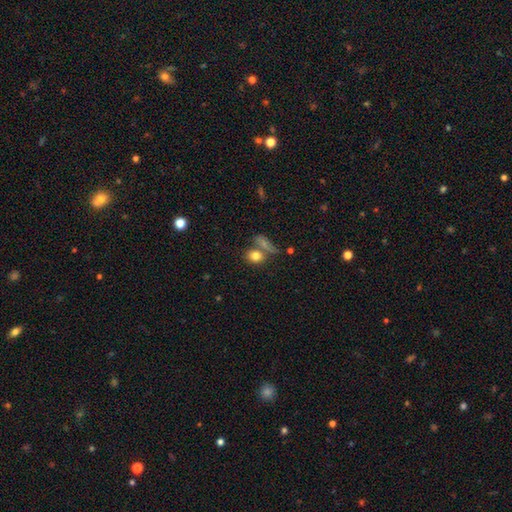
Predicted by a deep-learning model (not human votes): This is likely a smooth galaxy (79%). How rounded: possibly round (52%). Merging: possibly none (58%).